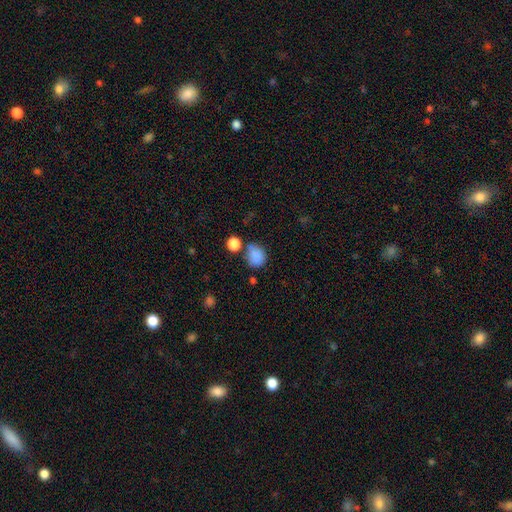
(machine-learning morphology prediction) type=smooth (85%); roundness=round (59%); merging=none (59%).